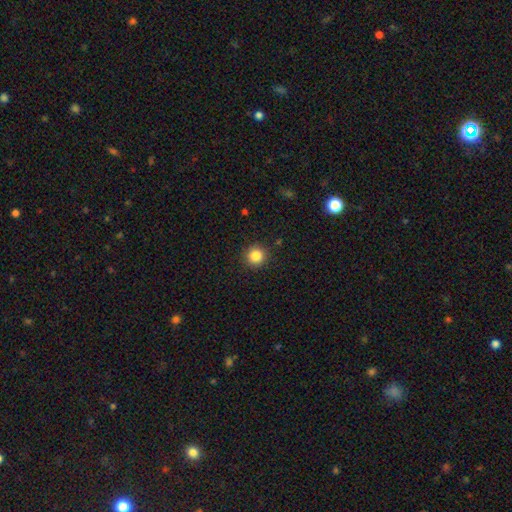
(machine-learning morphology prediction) smooth-or-featured: smooth: 85% | star or artifact: 11% | featured or disk: 4%
  how-rounded: round: 94% | in between: 5% | cigar-shaped: 1%
  merging: none: 91% | minor disturbance: 6% | major disturbance: 2% | merger: 1%